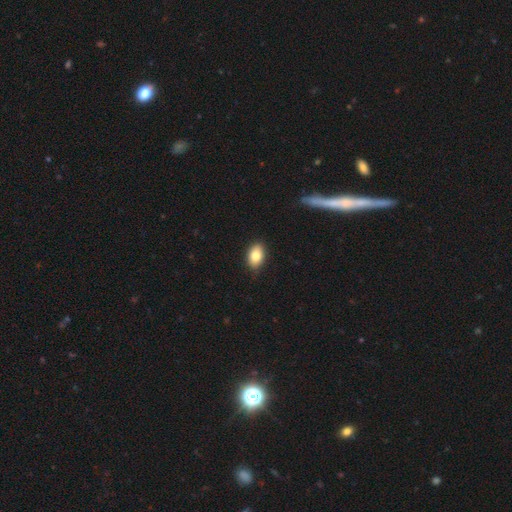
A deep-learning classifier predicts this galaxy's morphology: Smooth or featured? smooth (83%)
How rounded? in between (88%)
Merging? none (86%)